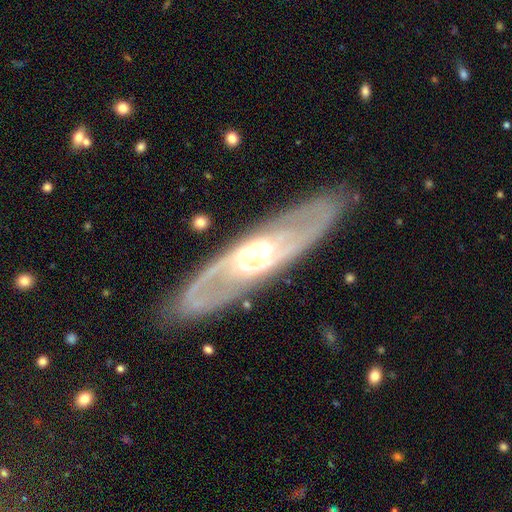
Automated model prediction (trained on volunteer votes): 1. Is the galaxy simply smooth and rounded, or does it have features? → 86% featured or disk, 9% smooth, 5% star or artifact.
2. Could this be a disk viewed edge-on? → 75% no, 25% yes.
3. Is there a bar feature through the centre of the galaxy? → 55% no, 31% weak, 14% strong.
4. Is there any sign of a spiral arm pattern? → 88% yes, 12% no.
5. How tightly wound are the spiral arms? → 43% medium, 42% tight, 15% loose.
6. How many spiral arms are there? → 67% 2, 19% can't tell, 5% 3, 3% 1, 3% 4, 3% more than 4.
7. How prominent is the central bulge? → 63% moderate, 19% large, 15% small, 2% dominant, 1% none.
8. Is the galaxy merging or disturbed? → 82% none, 11% minor disturbance, 5% major disturbance, 2% merger.